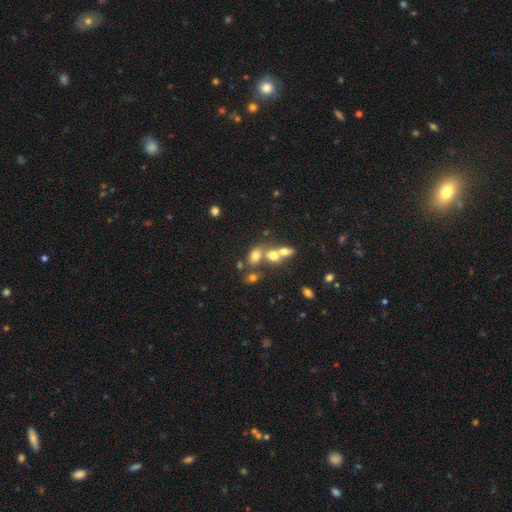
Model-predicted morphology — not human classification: Q: Smooth or featured?
A: smooth (67%); runner-up: featured or disk (17%)
Q: How rounded?
A: in between (70%); runner-up: round (27%)
Q: Merging?
A: merger (48%); runner-up: none (36%)